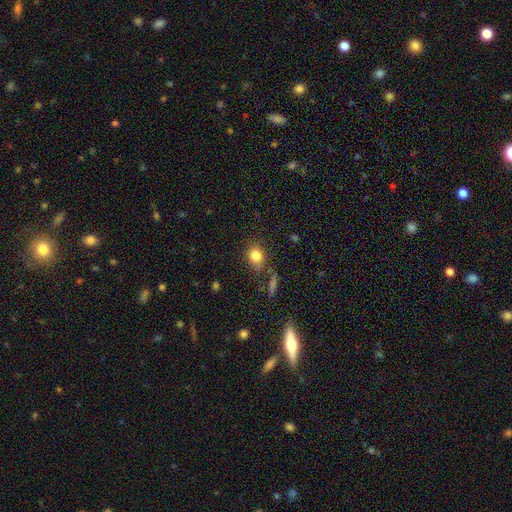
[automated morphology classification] This appears to be a smooth galaxy with no disk features (81%) that is round (67%). Merging: none (74%).